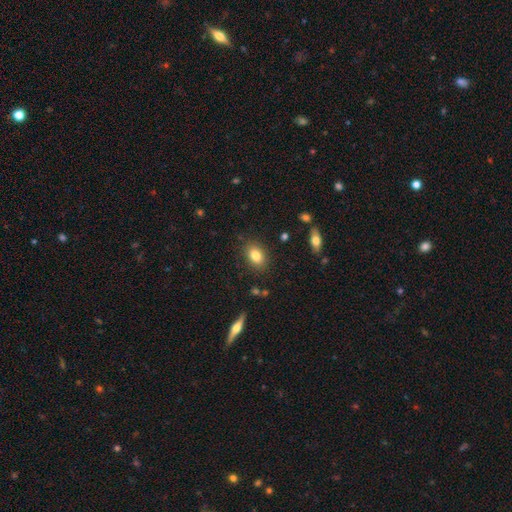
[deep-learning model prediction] A smooth galaxy with no disk features (81%) that is in between round and cigar-shaped (80%).

Vote fractions:
- Smooth or featured? smooth: 81% / featured or disk: 9% / star or artifact: 9%
- How rounded? in between: 80% / round: 18% / cigar-shaped: 2%
- Merging? none: 86% / minor disturbance: 10% / major disturbance: 3% / merger: 2%